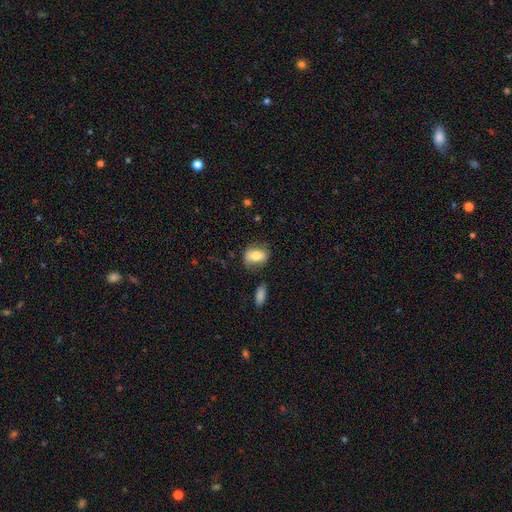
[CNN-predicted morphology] This appears to be a smooth galaxy with no disk features (71%) that is in between round and cigar-shaped (79%). Merging: none (70%).